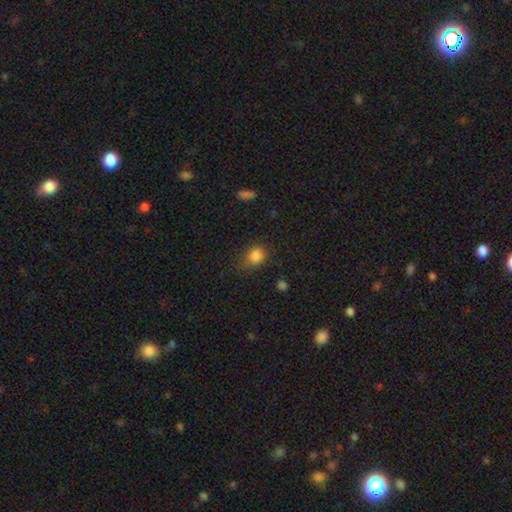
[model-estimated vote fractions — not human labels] Morphology: type=smooth (83%); roundness=round (61%); merging=none (69%).